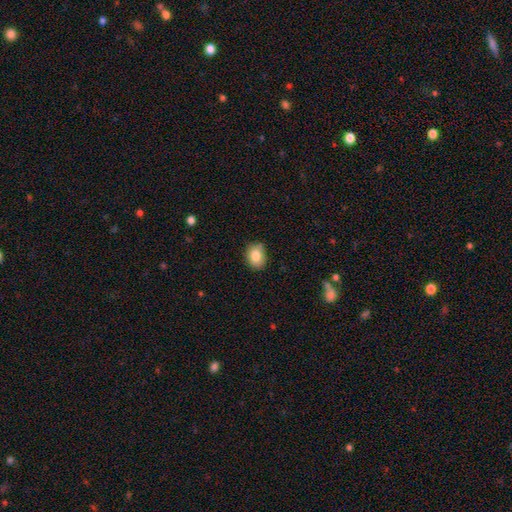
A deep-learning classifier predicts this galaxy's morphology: A smooth galaxy with no disk features (83%) that is in between round and cigar-shaped (60%). Merging: none (80%).